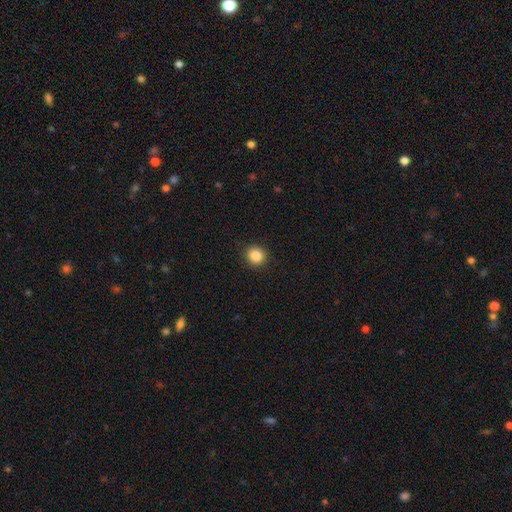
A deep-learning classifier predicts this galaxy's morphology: type=smooth (86%); roundness=round (91%); merging=none (92%).